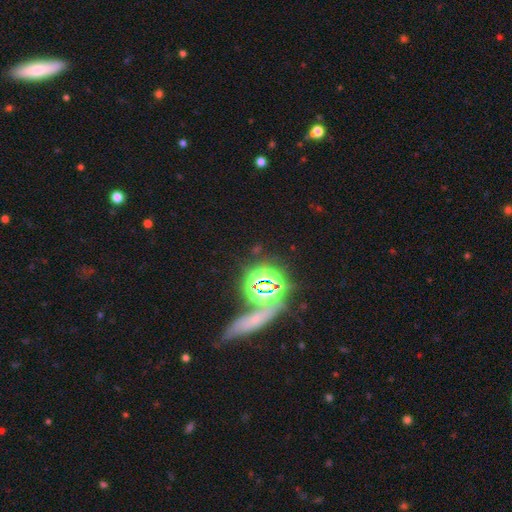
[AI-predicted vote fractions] This is likely a star or artifact rather than a galaxy (70%).